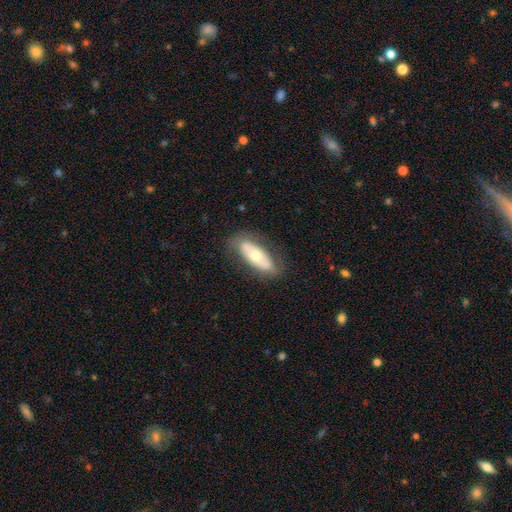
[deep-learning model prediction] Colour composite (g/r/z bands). It shows a smooth galaxy with no disk features (53%) that is in between round and cigar-shaped (71%). Merging: none (78%).